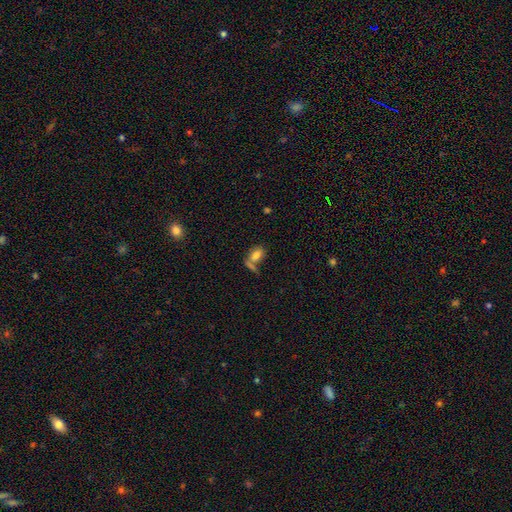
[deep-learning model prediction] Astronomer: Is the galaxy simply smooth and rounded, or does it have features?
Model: smooth — 78%.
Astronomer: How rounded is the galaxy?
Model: in between — 83%.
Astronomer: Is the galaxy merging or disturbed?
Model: none — 42% (runner-up: merger, 36%).